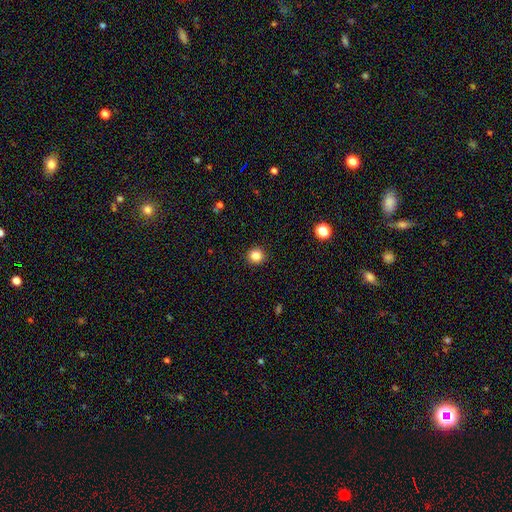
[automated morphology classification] Q: Smooth or featured?
A: smooth (84%); runner-up: star or artifact (11%)
Q: How rounded?
A: round (94%); runner-up: in between (5%)
Q: Merging?
A: none (93%); runner-up: minor disturbance (5%)